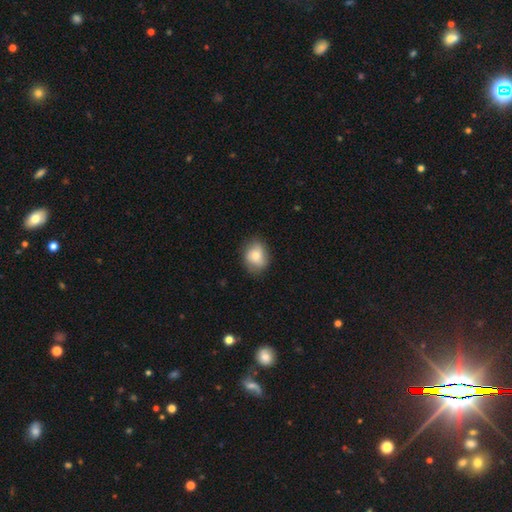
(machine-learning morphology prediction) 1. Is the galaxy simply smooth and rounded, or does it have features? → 77% smooth, 15% featured or disk, 8% star or artifact.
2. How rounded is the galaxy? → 53% round, 46% in between, 1% cigar-shaped.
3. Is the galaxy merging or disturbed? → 76% none, 18% minor disturbance, 4% major disturbance, 1% merger.